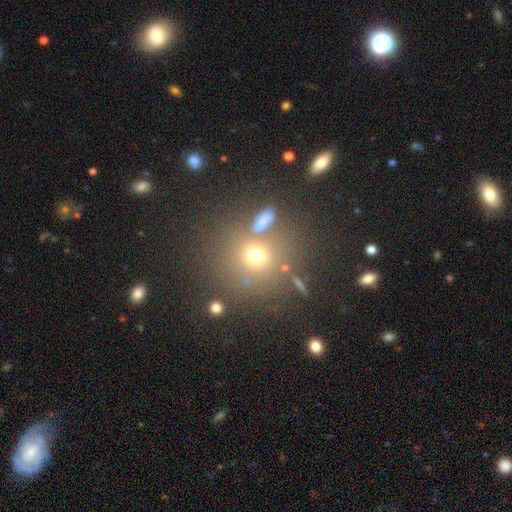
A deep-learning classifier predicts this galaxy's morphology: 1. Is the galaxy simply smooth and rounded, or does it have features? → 65% smooth, 22% star or artifact, 13% featured or disk.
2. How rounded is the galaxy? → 83% round, 16% in between, 1% cigar-shaped.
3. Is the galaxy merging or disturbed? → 67% none, 16% merger, 11% minor disturbance, 6% major disturbance.